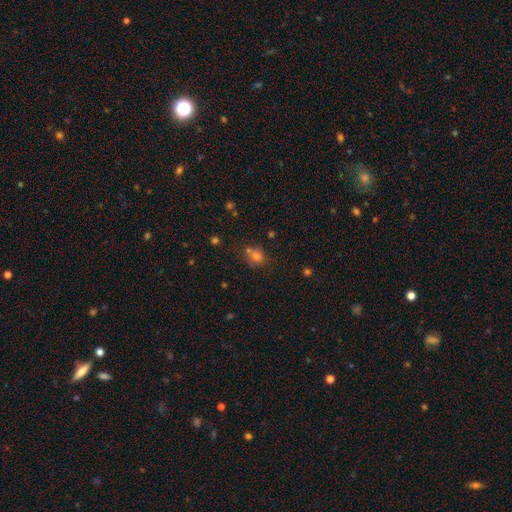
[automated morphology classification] type=smooth (64%); roundness=round (74%); merging=none (61%).